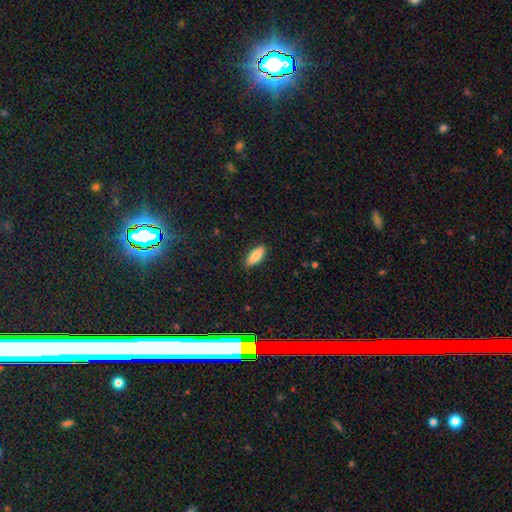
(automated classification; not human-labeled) A smooth galaxy with no disk features (84%) that is in between round and cigar-shaped (73%).

Vote fractions:
- Smooth or featured? smooth: 84% / featured or disk: 9% / star or artifact: 7%
- How rounded? in between: 73% / cigar-shaped: 25% / round: 2%
- Merging? none: 86% / minor disturbance: 11% / major disturbance: 2% / merger: 1%